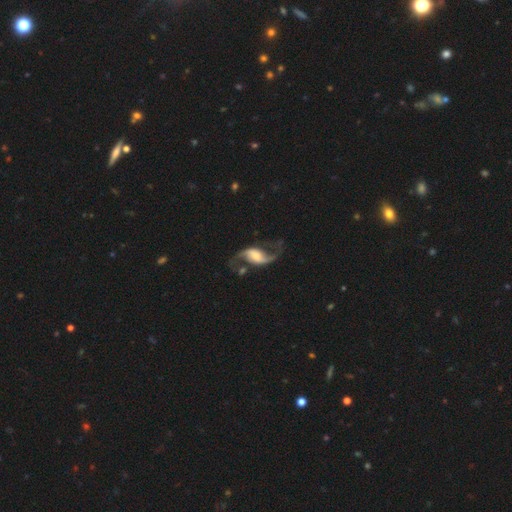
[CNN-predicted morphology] Smooth or featured? Predicted: featured or disk (p=0.86). Edge-on disk? Predicted: no (p=0.96). Bar? Predicted: weak (p=0.40). Spiral arms? Predicted: yes (p=0.95). Spiral winding? Predicted: loose (p=0.80). Spiral arm count? Predicted: 2 (p=0.91). Bulge size? Predicted: moderate (p=0.33). Merging? Predicted: none (p=0.60).